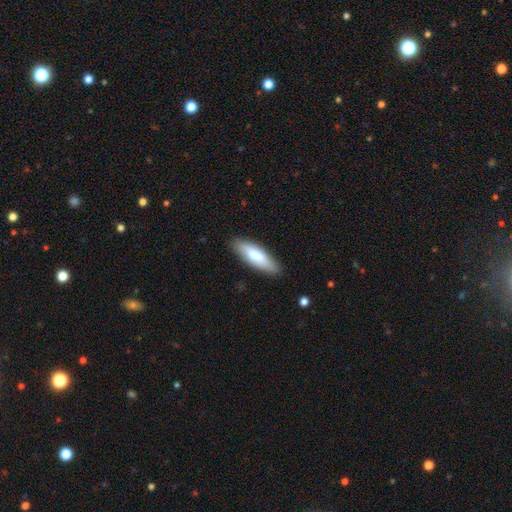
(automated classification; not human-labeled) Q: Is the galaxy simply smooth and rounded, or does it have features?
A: smooth — 76%.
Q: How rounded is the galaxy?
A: cigar-shaped — 49%, tied with in between.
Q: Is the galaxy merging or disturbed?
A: none — 87%.